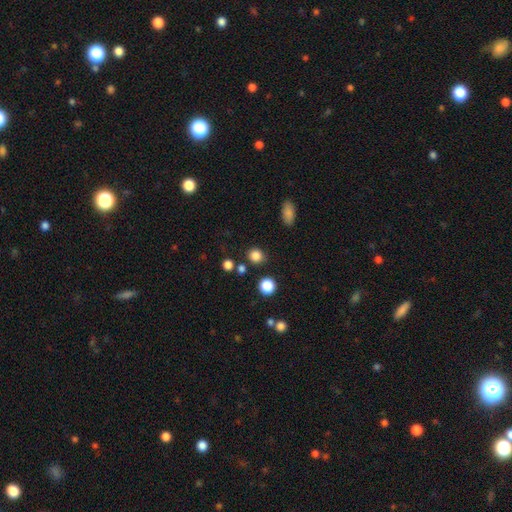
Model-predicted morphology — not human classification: smooth-or-featured: smooth: 83% | star or artifact: 13% | featured or disk: 4%
  how-rounded: round: 85% | in between: 14% | cigar-shaped: 1%
  merging: none: 83% | minor disturbance: 8% | merger: 6% | major disturbance: 3%